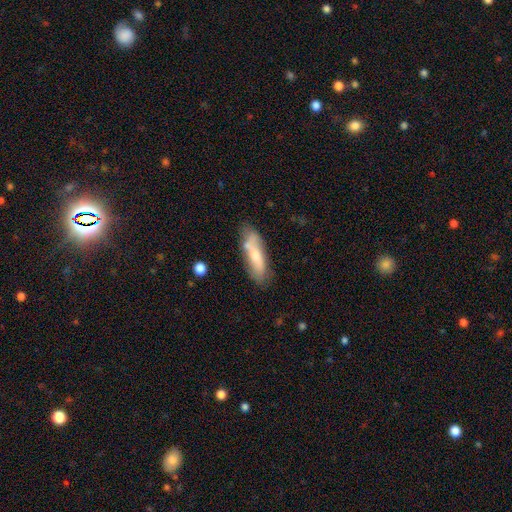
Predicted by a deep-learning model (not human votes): The model was most divided on "how rounded": cigar-shaped: 51%, in between: 46%, round: 2%. More confident: smooth or featured — smooth (64%); merging — none (58%).